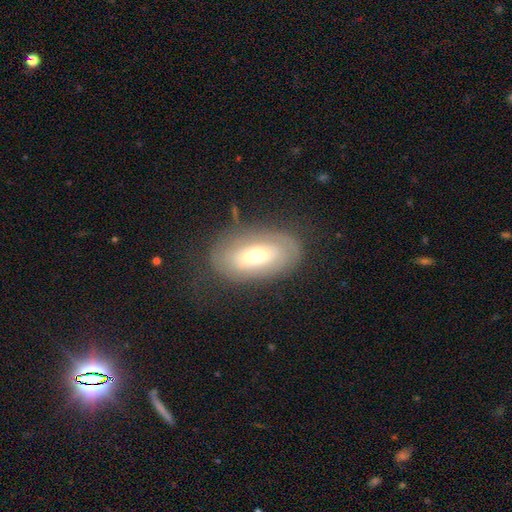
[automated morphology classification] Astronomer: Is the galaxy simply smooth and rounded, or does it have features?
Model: featured or disk — 57% (runner-up: smooth, 35%).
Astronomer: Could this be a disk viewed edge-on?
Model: no — 90%.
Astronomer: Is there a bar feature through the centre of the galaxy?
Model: no — 63%.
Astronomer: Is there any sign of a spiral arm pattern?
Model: yes — 57% (runner-up: no, 43%).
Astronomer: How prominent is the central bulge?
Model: moderate — 65%.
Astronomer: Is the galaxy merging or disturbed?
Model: none — 74%.